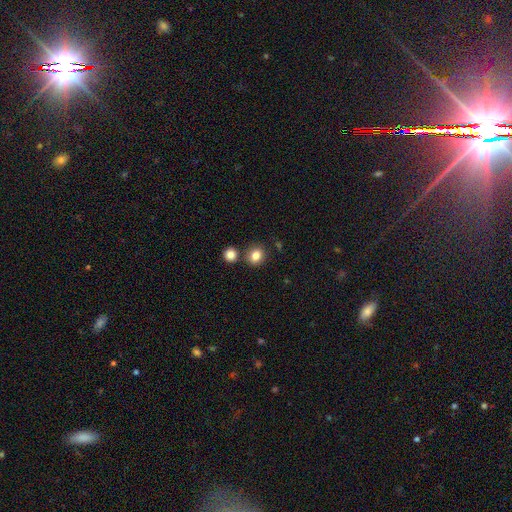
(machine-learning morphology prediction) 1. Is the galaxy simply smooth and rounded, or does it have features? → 83% smooth, 11% star or artifact, 6% featured or disk.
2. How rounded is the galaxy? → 68% round, 31% in between, 1% cigar-shaped.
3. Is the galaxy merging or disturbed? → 76% none, 12% merger, 9% minor disturbance, 3% major disturbance.